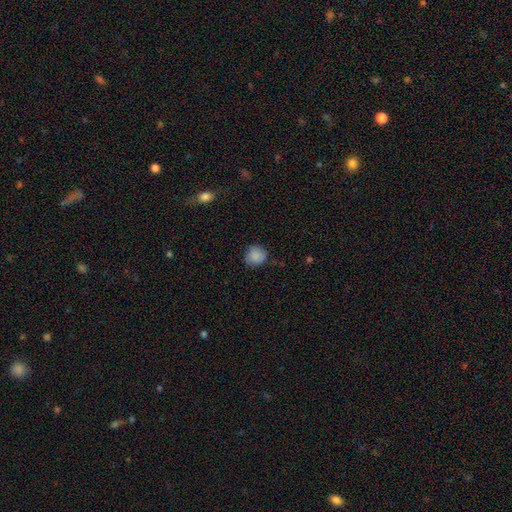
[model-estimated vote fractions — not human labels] smooth_or_featured: smooth (p=0.87) [alt: star or artifact p=0.08]
how_rounded: round (p=0.85) [alt: in between p=0.14]
merging: none (p=0.81) [alt: minor disturbance p=0.15]